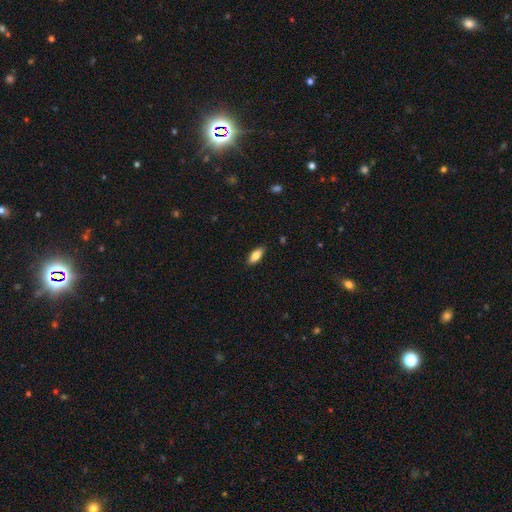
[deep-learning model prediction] smooth 80%, featured or disk 14%, star or artifact 7%. Down the decision tree: how rounded — in between (80%); merging — none (88%).